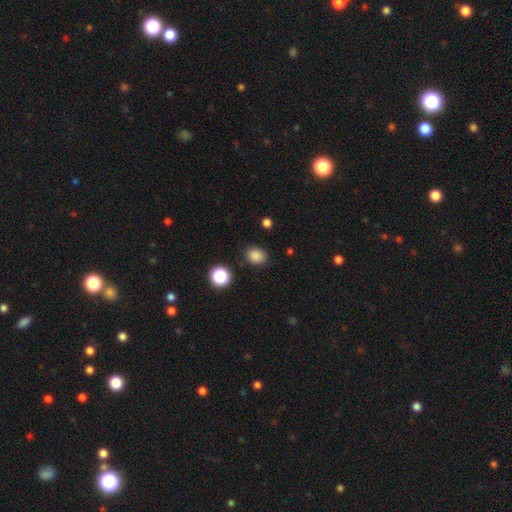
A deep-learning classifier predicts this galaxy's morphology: Smooth or featured? smooth (84%)
How rounded? round (53%)
Merging? none (84%)